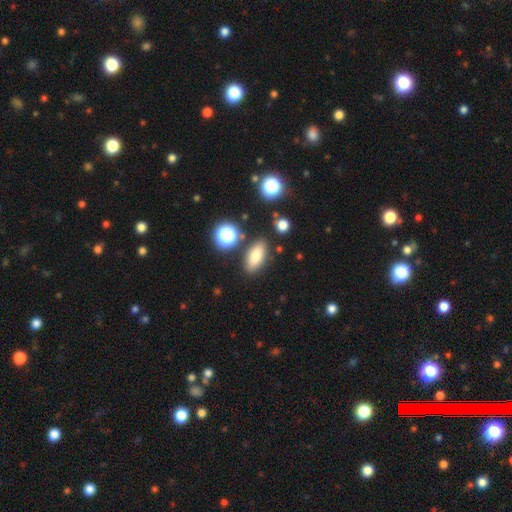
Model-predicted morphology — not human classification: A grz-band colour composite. It shows a smooth galaxy with no disk features (79%) that is in between round and cigar-shaped (81%). Merging: none (83%).